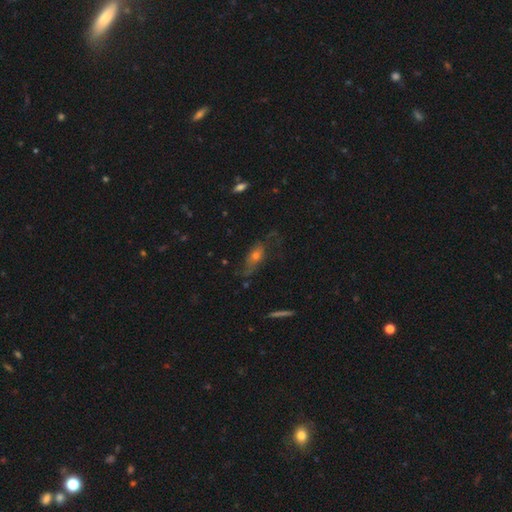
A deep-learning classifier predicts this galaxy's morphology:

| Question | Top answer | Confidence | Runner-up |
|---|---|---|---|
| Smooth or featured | featured or disk | 53% | smooth (33%) |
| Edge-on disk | no | 70% | yes (30%) |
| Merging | none | 54% | minor disturbance (23%) |